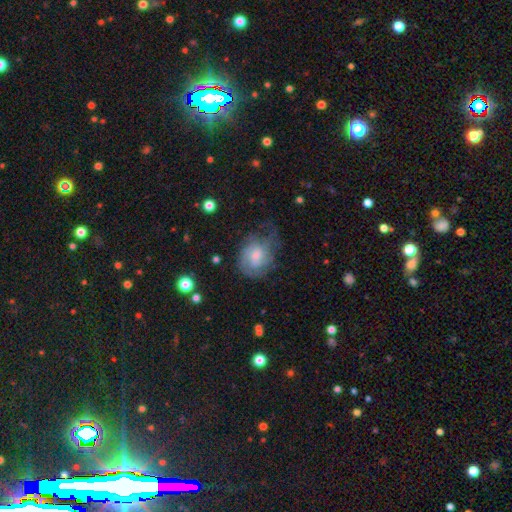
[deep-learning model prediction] featured or disk 60%, smooth 33%, star or artifact 8%. Down the decision tree: edge-on disk — no (97%); bar — no (64%); spiral arms — yes (82%); bulge size — small (41%, tied with moderate); merging — none (43%).